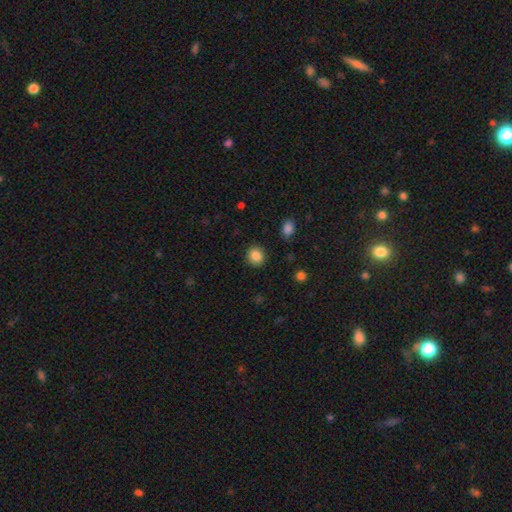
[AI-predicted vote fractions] Smooth or featured? Predicted: smooth (p=0.86). How rounded? Predicted: round (p=0.77). Merging? Predicted: none (p=0.90).